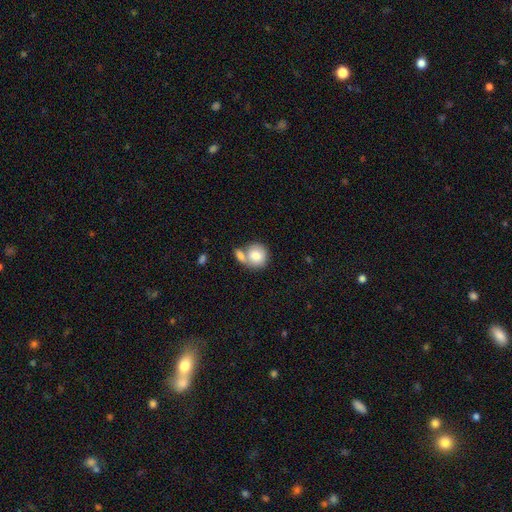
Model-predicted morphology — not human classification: Smooth or featured? smooth (80%)
How rounded? round (83%)
Merging? merger (45%)